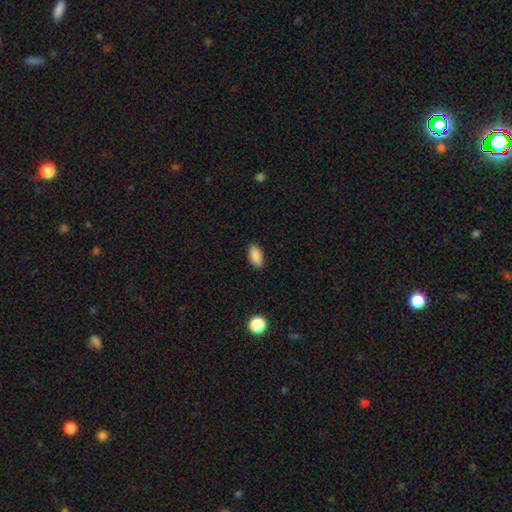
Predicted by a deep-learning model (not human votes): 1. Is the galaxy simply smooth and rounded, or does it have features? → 89% smooth, 8% star or artifact, 3% featured or disk.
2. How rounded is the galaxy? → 92% in between, 4% cigar-shaped, 3% round.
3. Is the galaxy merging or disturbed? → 89% none, 8% minor disturbance, 2% major disturbance, 1% merger.